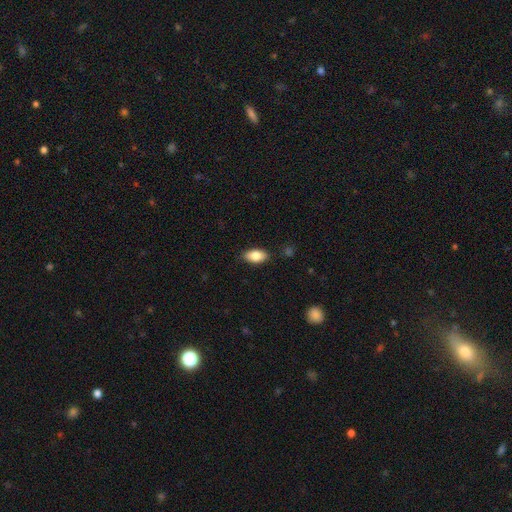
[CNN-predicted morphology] smooth_or_featured: smooth (p=0.84) [alt: featured or disk p=0.10]
how_rounded: in between (p=0.92) [alt: round p=0.04]
merging: none (p=0.86) [alt: minor disturbance p=0.10]